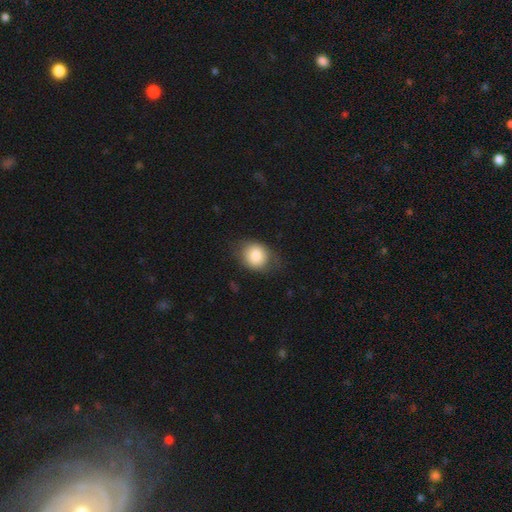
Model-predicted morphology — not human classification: A smooth galaxy with no disk features (81%) that is round (56%).

Vote fractions:
- Smooth or featured? smooth: 81% / featured or disk: 11% / star or artifact: 8%
- How rounded? round: 56% / in between: 43% / cigar-shaped: 1%
- Merging? none: 69% / minor disturbance: 22% / major disturbance: 8% / merger: 1%